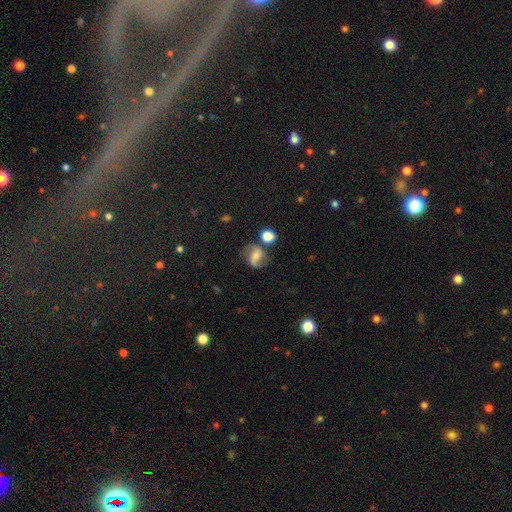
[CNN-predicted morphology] featured or disk 60%, smooth 29%, star or artifact 11%. Down the decision tree: edge-on disk — no (97%); bar — weak (42%); spiral arms — yes (90%); spiral arm count — 2 (89%); spiral winding — loose (52%); bulge size — small (42%); merging — none (63%).